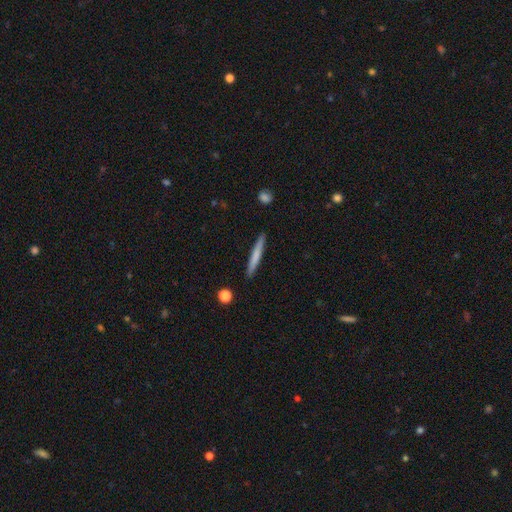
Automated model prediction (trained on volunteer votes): smooth 68%, featured or disk 26%, star or artifact 6%. Down the decision tree: how rounded — cigar-shaped (96%); merging — none (91%).